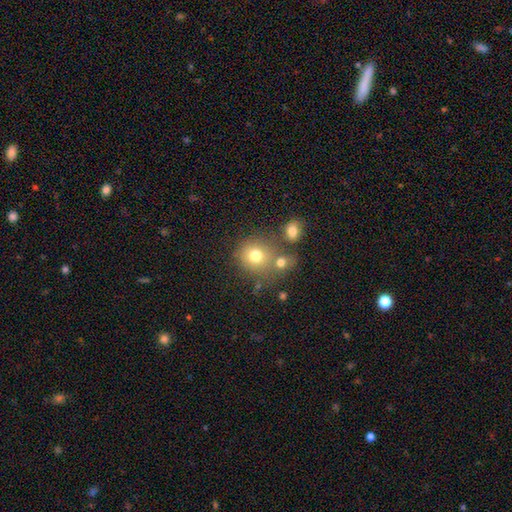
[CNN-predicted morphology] A smooth galaxy with no disk features (75%) that is round (86%). Merging: none (63%).